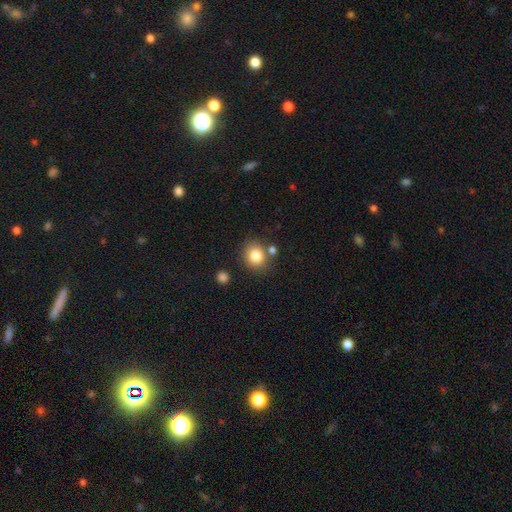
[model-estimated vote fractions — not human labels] This is clearly a smooth galaxy (82%). How rounded: clearly round (81%). Merging: likely none (75%).